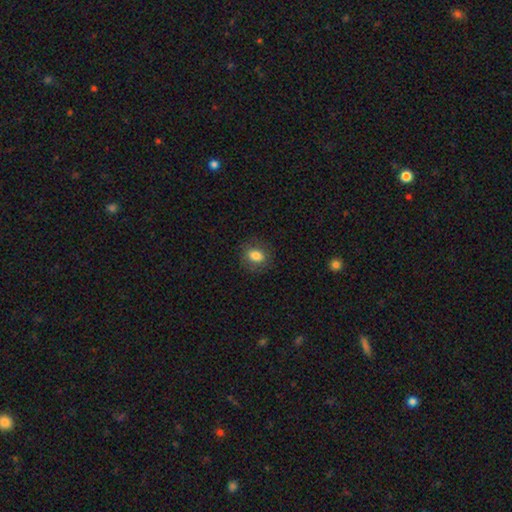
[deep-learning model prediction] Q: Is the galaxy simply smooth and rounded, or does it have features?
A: smooth — 81%.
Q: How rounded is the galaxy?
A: in between — 50%.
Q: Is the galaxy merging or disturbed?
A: none — 83%.